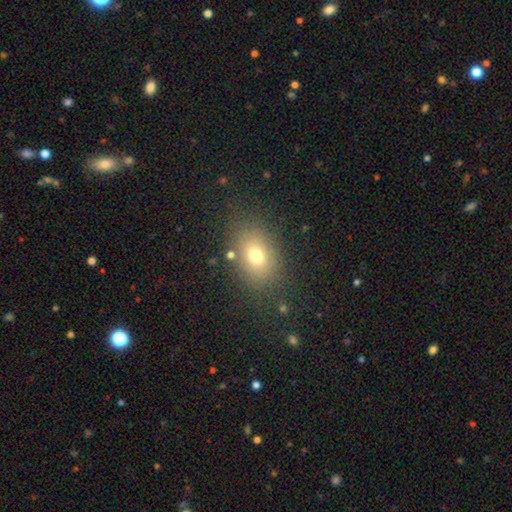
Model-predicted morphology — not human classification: Overall: smooth (73%). How rounded: in between (70%). Merging: none (81%).